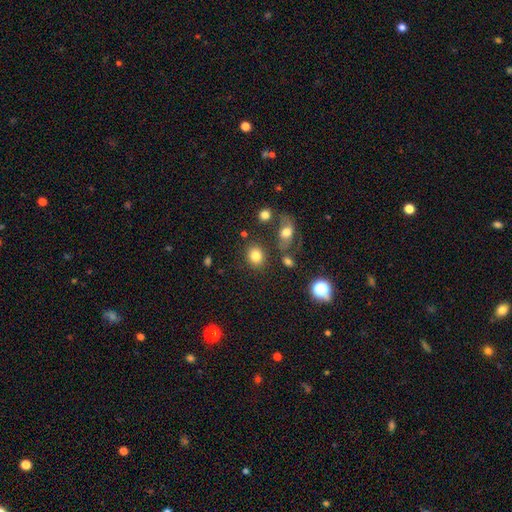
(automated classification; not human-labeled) smooth-or-featured: smooth: 80% | star or artifact: 12% | featured or disk: 8%
  how-rounded: round: 63% | in between: 36% | cigar-shaped: 1%
  merging: none: 79% | minor disturbance: 10% | merger: 7% | major disturbance: 4%